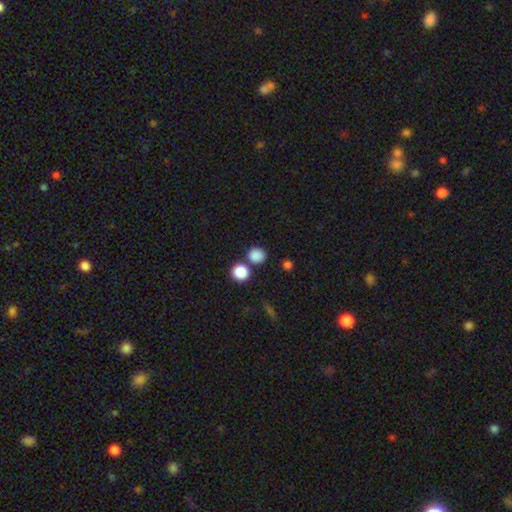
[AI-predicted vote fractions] This is clearly a smooth galaxy (84%). How rounded: likely round (80%). Merging: likely none (72%).